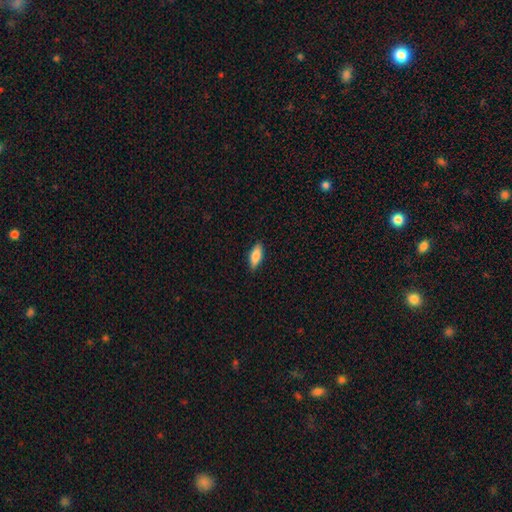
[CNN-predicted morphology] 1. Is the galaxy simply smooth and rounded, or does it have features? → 80% smooth, 14% featured or disk, 6% star or artifact.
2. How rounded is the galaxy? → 73% in between, 24% cigar-shaped, 2% round.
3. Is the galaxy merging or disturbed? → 87% none, 10% minor disturbance, 2% major disturbance, 1% merger.